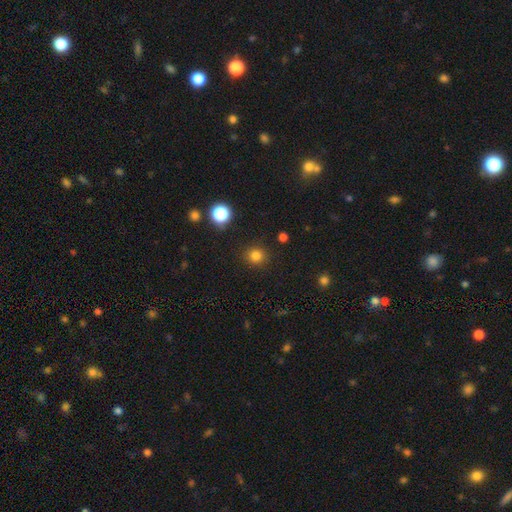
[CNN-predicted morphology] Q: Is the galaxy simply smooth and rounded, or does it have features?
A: smooth — 81%.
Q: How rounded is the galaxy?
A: round — 88%.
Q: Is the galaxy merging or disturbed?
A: none — 89%.